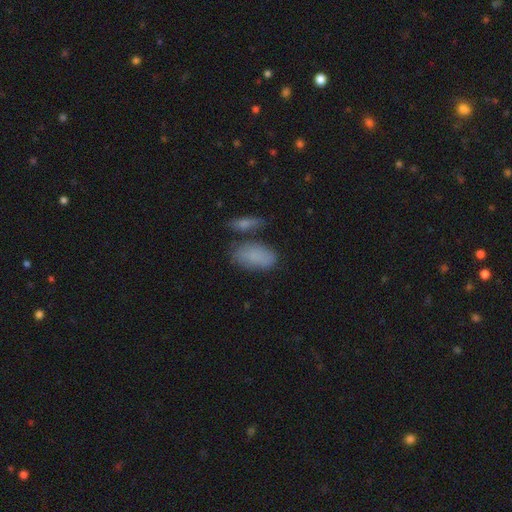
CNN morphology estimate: Smooth or featured? smooth (82%)
How rounded? in between (91%)
Merging? none (62%)